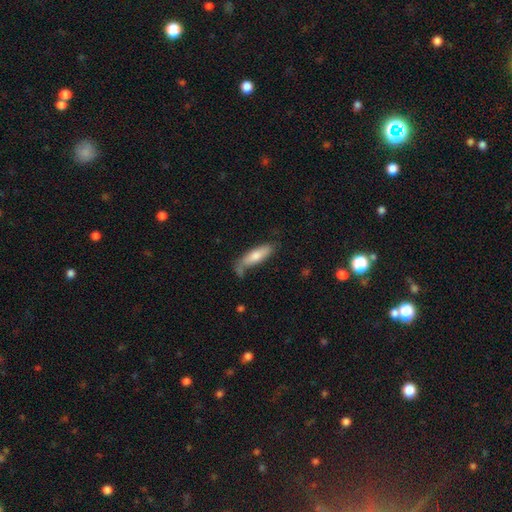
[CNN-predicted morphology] Smooth or featured?
  - smooth: 69% *
  - featured or disk: 25%
  - star or artifact: 6%
How rounded?
  - cigar-shaped: 59% *
  - in between: 40%
  - round: 2%
Merging?
  - none: 56% *
  - minor disturbance: 25%
  - major disturbance: 10%
  - merger: 9%